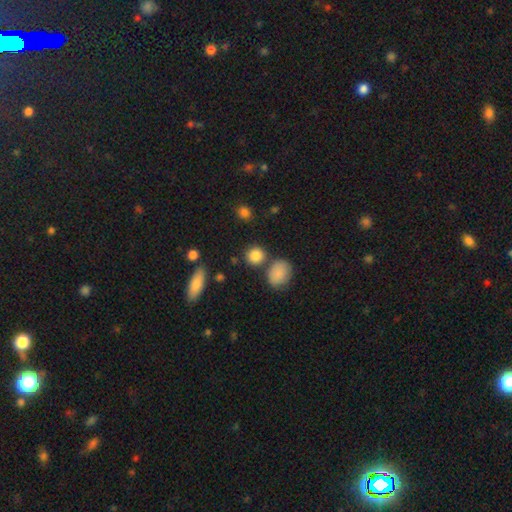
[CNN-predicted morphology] Smooth or featured?
  - smooth: 85% *
  - star or artifact: 10%
  - featured or disk: 5%
How rounded?
  - round: 85% *
  - in between: 14%
  - cigar-shaped: 1%
Merging?
  - none: 75% *
  - merger: 12%
  - minor disturbance: 10%
  - major disturbance: 3%